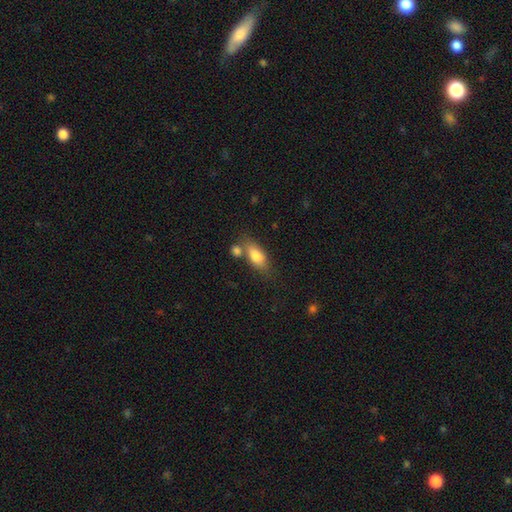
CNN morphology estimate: Smooth or featured?
  - smooth: 78% *
  - featured or disk: 15%
  - star or artifact: 7%
How rounded?
  - in between: 81% *
  - cigar-shaped: 14%
  - round: 5%
Merging?
  - none: 57% *
  - merger: 23%
  - minor disturbance: 15%
  - major disturbance: 5%